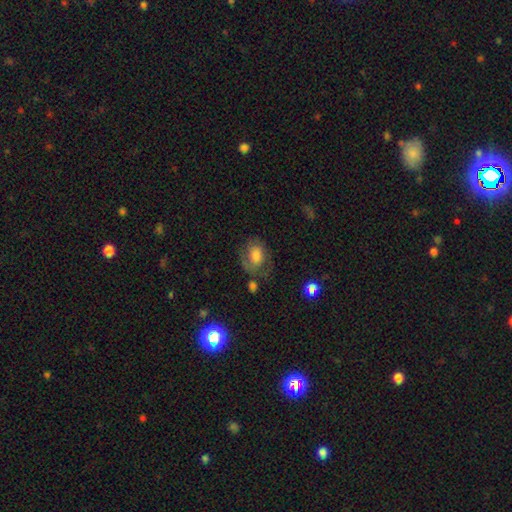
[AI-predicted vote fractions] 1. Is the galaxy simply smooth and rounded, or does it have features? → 48% smooth, 39% featured or disk, 13% star or artifact.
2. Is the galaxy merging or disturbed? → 54% none, 24% minor disturbance, 18% major disturbance, 4% merger.